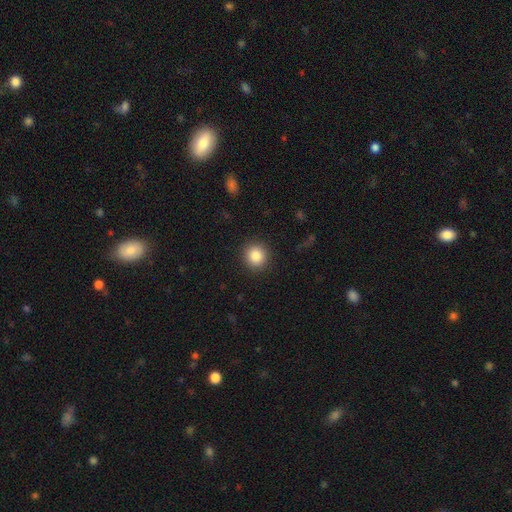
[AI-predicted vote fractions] Overall: smooth (85%). How rounded: round (90%). Merging: none (91%).